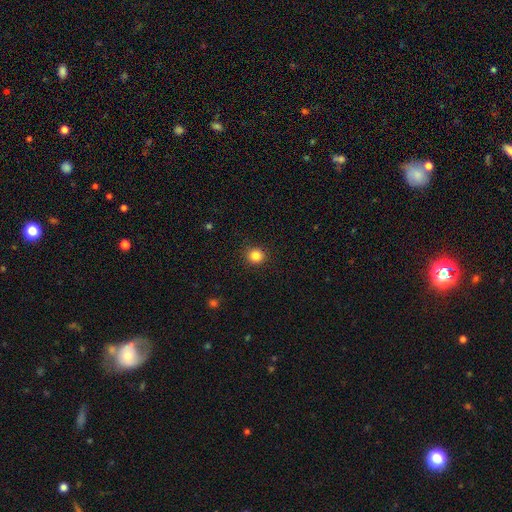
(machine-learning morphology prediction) Q: Smooth or featured?
A: smooth (84%); runner-up: star or artifact (12%)
Q: How rounded?
A: round (92%); runner-up: in between (7%)
Q: Merging?
A: none (91%); runner-up: minor disturbance (6%)